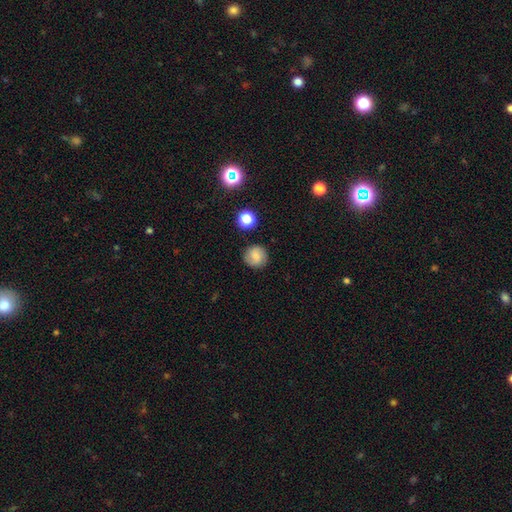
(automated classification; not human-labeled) This appears to be a smooth galaxy with no disk features (71%) that is round (92%). Merging: none (85%).